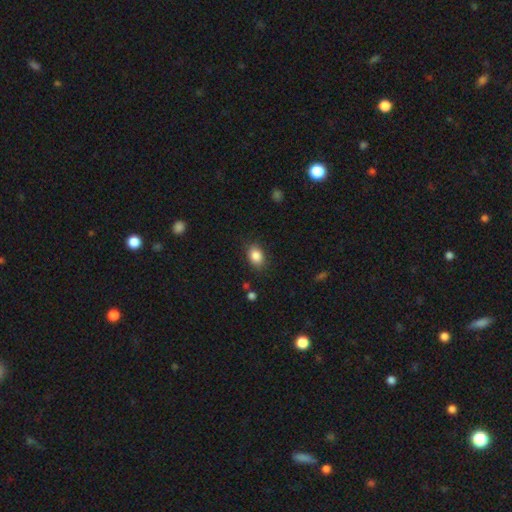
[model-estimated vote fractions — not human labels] Overall: smooth (86%). How rounded: in between (71%). Merging: none (83%).